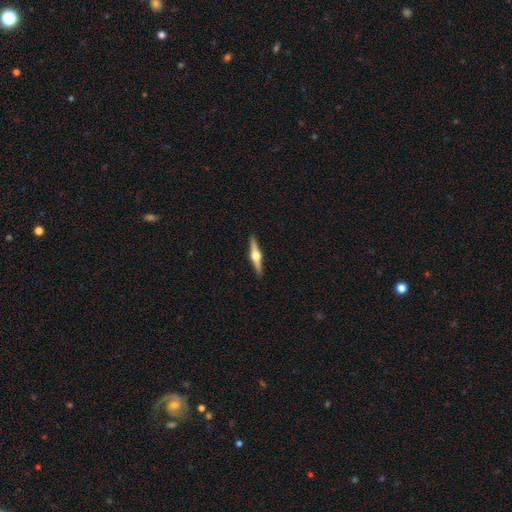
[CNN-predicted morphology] Smooth or featured?
  - featured or disk: 75% *
  - smooth: 20%
  - star or artifact: 5%
Edge-on disk?
  - yes: 98% *
  - no: 2%
Edge-on bulge?
  - rounded: 96% *
  - boxy: 2%
  - none: 1%
Merging?
  - none: 92% *
  - minor disturbance: 6%
  - major disturbance: 1%
  - merger: 1%